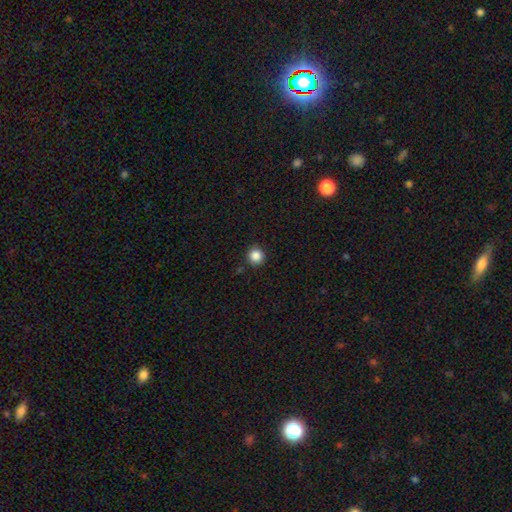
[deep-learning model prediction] This is clearly a smooth galaxy (86%). How rounded: clearly round (94%). Merging: clearly none (90%).